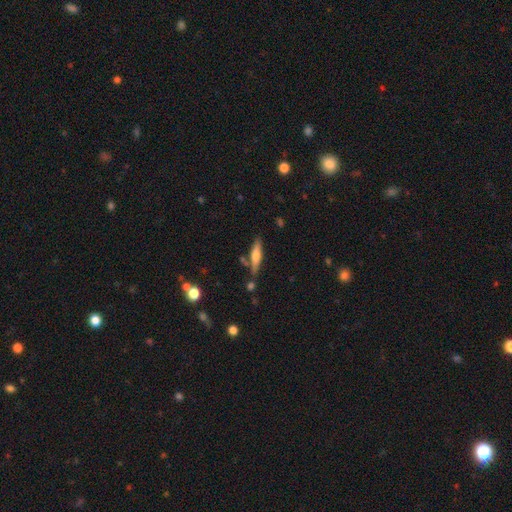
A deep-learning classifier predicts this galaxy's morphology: Q: Smooth or featured?
A: smooth (51%); runner-up: featured or disk (42%)
Q: How rounded?
A: cigar-shaped (79%); runner-up: in between (19%)
Q: Merging?
A: none (73%); runner-up: minor disturbance (15%)